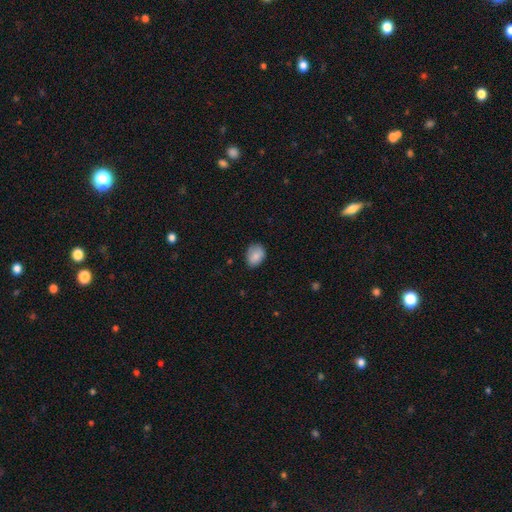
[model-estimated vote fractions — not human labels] Smooth or featured? Predicted: smooth (p=0.85). How rounded? Predicted: in between (p=0.66). Merging? Predicted: none (p=0.75).